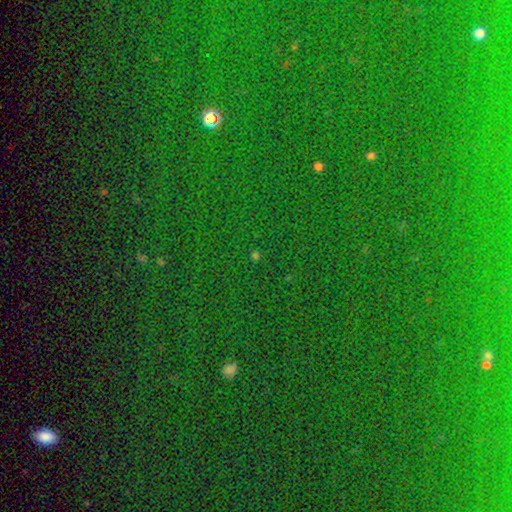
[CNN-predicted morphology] Smooth or featured? Predicted: star or artifact (p=0.78).